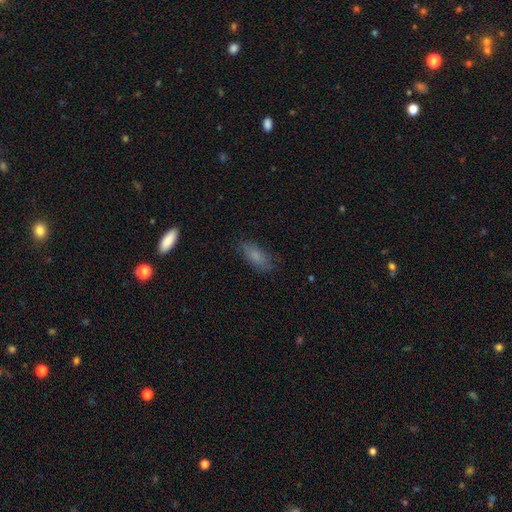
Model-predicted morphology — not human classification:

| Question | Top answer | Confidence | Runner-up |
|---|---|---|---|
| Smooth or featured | smooth | 76% | featured or disk (16%) |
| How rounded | in between | 74% | cigar-shaped (23%) |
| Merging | none | 76% | minor disturbance (18%) |